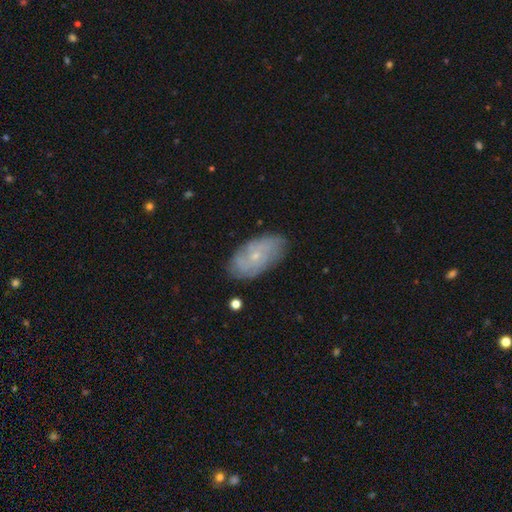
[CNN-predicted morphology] This is possibly a featured or disk galaxy (59%). It is clearly not viewed edge-on (93%). Bar: clearly no (81%). Spiral arm pattern: likely yes (76%). Central bulge: clearly small (81%). Merging: likely none (78%).